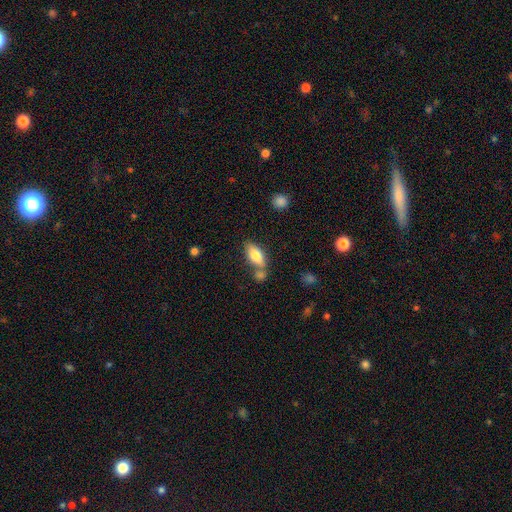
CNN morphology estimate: A smooth galaxy with no disk features (76%) that is in between round and cigar-shaped (83%). Merging: none (54%).